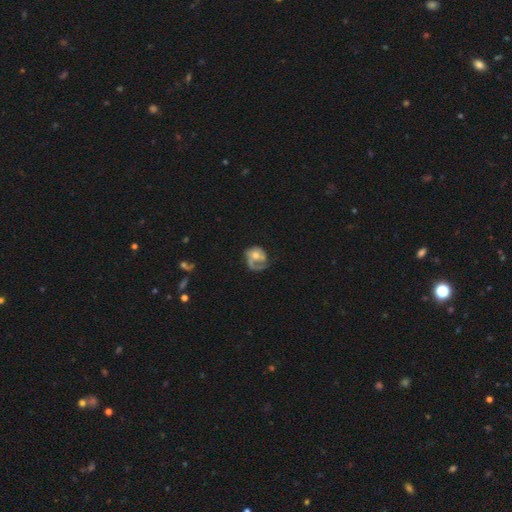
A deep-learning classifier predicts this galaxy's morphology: Overall: featured or disk (68%). Edge-on disk: no (98%). Bar: no (75%). Spiral arms: yes (82%). Spiral arm count: 1 (66%). Spiral winding: tight (37%; medium 36%). Bulge size: moderate (60%; small 25%). Merging: none (41%; major disturbance 34%).